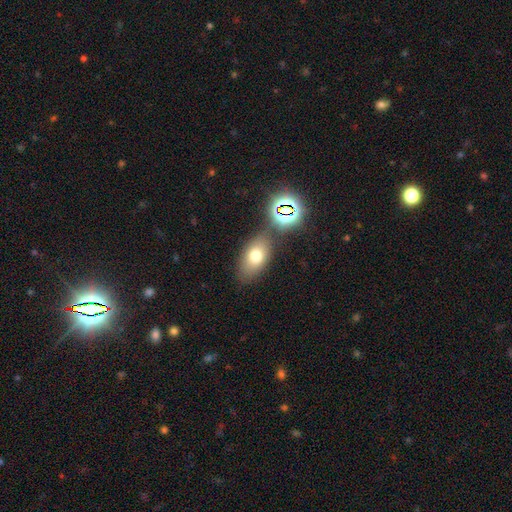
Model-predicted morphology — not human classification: A smooth galaxy with no disk features (70%) that is in between round and cigar-shaped (84%).

Vote fractions:
- Smooth or featured? smooth: 70% / featured or disk: 15% / star or artifact: 15%
- How rounded? in between: 84% / round: 13% / cigar-shaped: 3%
- Merging? none: 71% / minor disturbance: 13% / merger: 12% / major disturbance: 5%